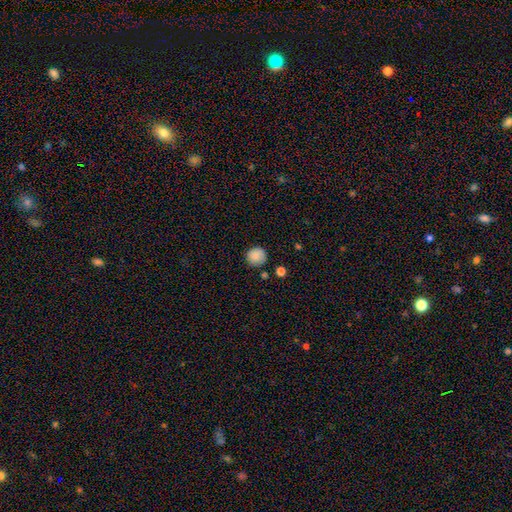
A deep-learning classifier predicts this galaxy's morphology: smooth_or_featured: smooth (p=0.85) [alt: star or artifact p=0.09]
how_rounded: round (p=0.92) [alt: in between p=0.07]
merging: none (p=0.81) [alt: minor disturbance p=0.13]